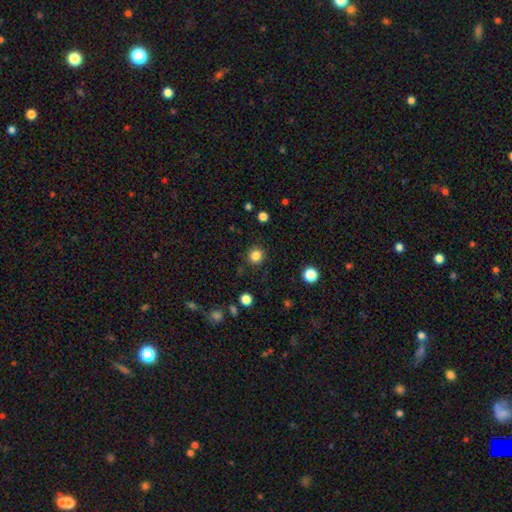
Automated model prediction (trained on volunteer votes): A smooth galaxy with no disk features (83%) that is round (93%). Merging: none (89%).